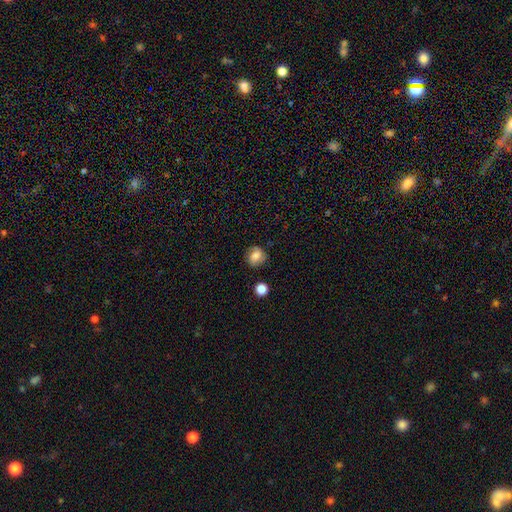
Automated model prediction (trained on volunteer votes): This is likely a smooth galaxy (68%). How rounded: likely round (75%). Merging: likely none (76%).